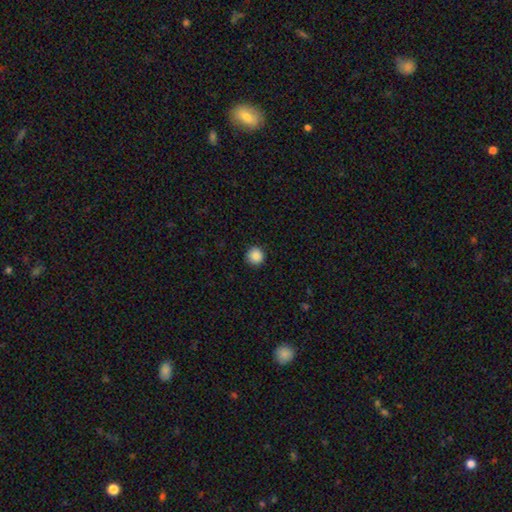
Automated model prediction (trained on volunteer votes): Overall: smooth (88%). How rounded: round (95%). Merging: none (91%).